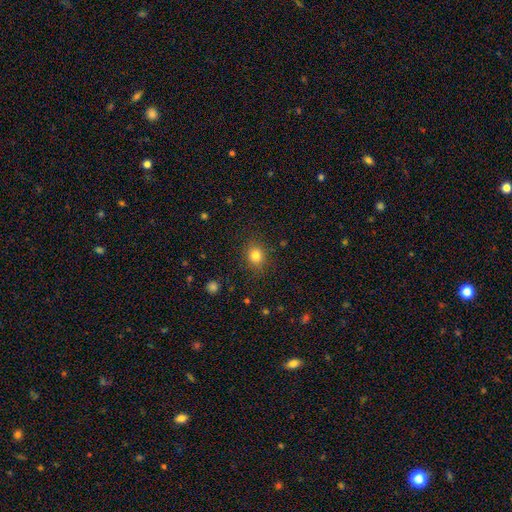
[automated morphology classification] type=smooth (82%); roundness=round (69%); merging=none (86%).